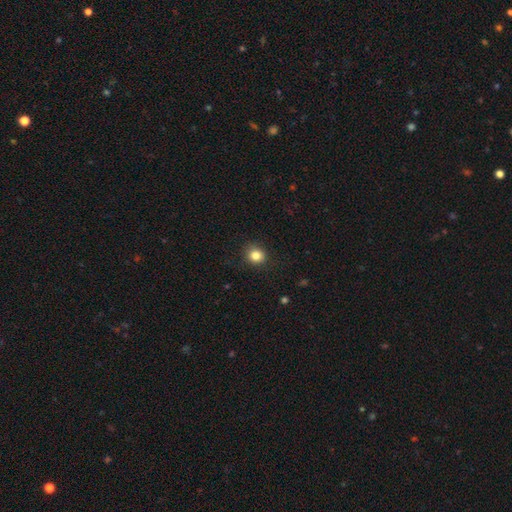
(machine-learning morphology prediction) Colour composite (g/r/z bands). It shows a smooth galaxy with no disk features (83%) that is round (80%). Merging: none (87%).